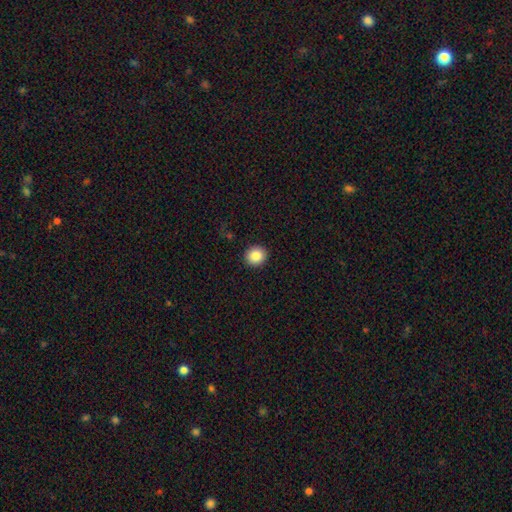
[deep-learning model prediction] Smooth or featured? Predicted: smooth (p=0.86). How rounded? Predicted: round (p=0.88). Merging? Predicted: none (p=0.92).